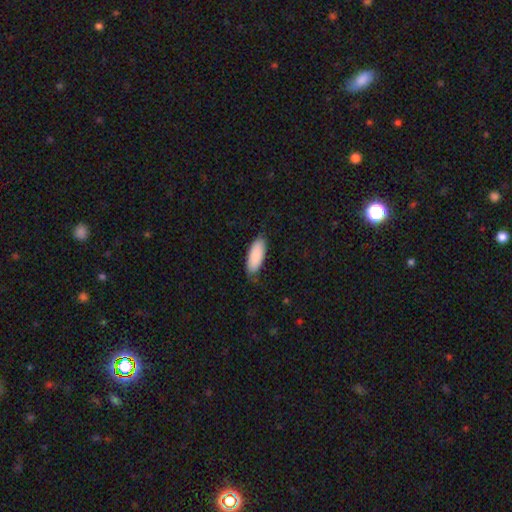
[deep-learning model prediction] This is clearly a smooth galaxy (87%). How rounded: likely in between (78%). Merging: likely none (77%).